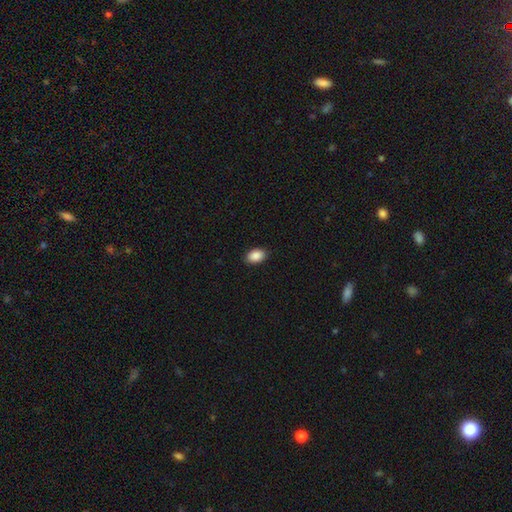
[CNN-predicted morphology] smooth 89%, star or artifact 7%, featured or disk 3%. Down the decision tree: how rounded — in between (88%); merging — none (89%).